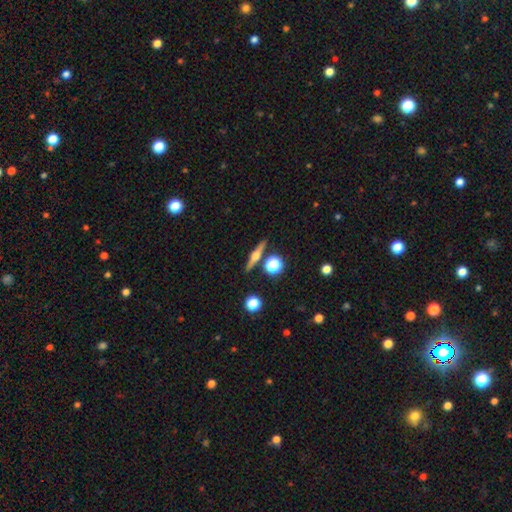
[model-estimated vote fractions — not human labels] Smooth or featured?
  - featured or disk: 66% *
  - smooth: 25%
  - star or artifact: 9%
Edge-on disk?
  - yes: 96% *
  - no: 4%
Edge-on bulge?
  - rounded: 92% *
  - boxy: 5%
  - none: 3%
Merging?
  - none: 85% *
  - minor disturbance: 8%
  - merger: 5%
  - major disturbance: 2%